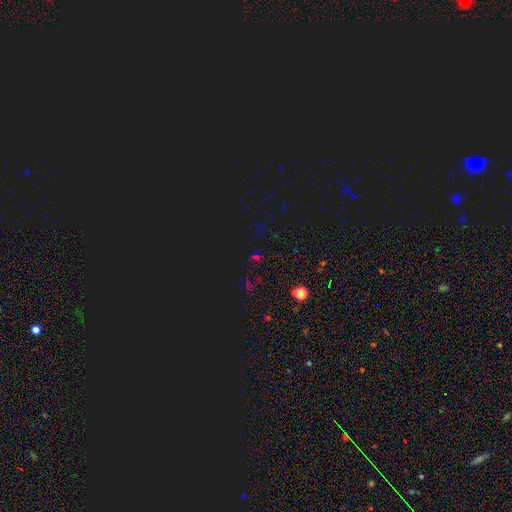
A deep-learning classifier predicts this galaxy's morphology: Smooth or featured: star or artifact — 66% (smooth — 26%)